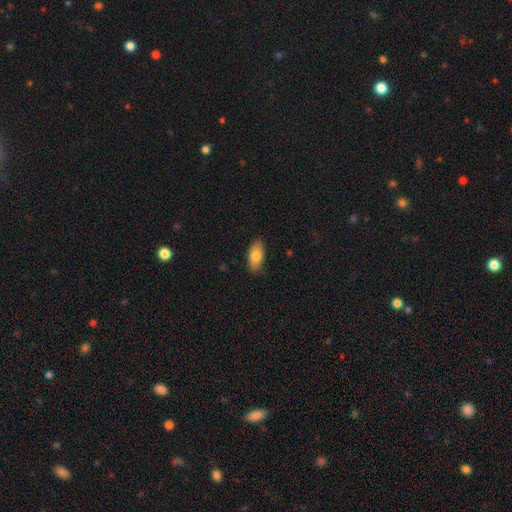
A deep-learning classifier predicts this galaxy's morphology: smooth-or-featured: smooth: 80% | featured or disk: 13% | star or artifact: 6%
  how-rounded: in between: 88% | cigar-shaped: 9% | round: 3%
  merging: none: 86% | minor disturbance: 11% | major disturbance: 2% | merger: 1%